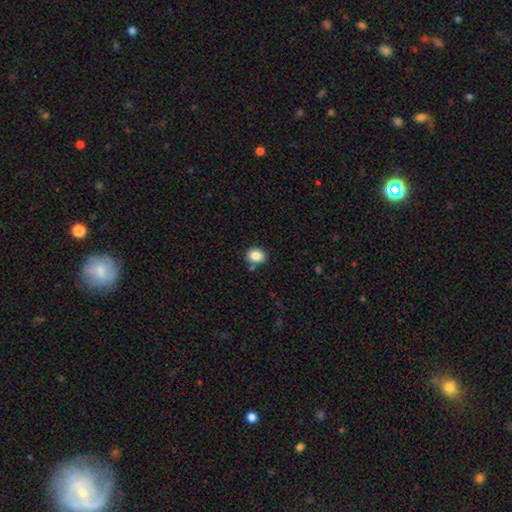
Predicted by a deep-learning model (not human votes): Morphology: type=smooth (87%); roundness=in between (52%); merging=none (80%).